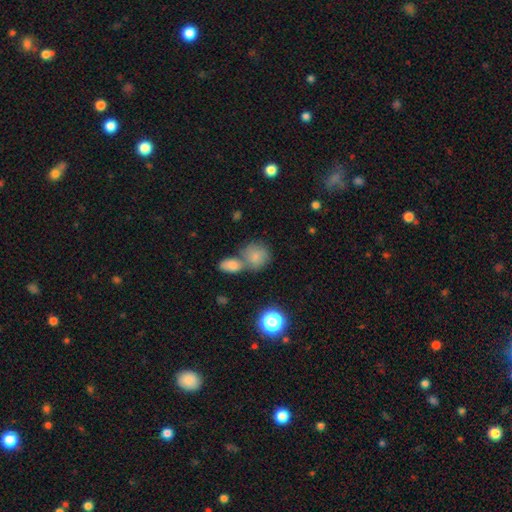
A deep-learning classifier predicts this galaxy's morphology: This appears to be a smooth galaxy with no disk features (77%) that is round (70%). Merging: merger (47%).